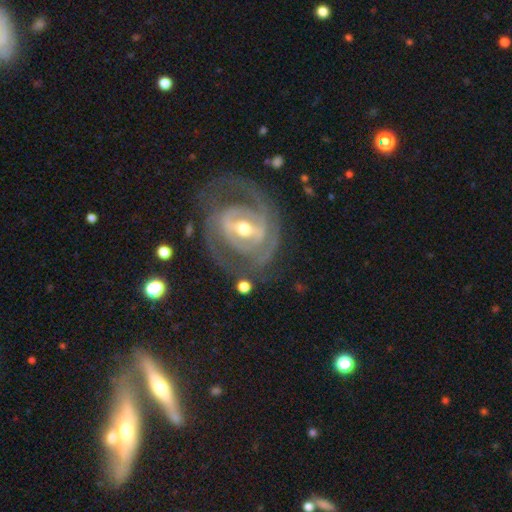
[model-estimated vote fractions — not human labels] The model was most divided on "bar": strong: 49%, weak: 34%, no: 17%. More confident: edge-on disk — no (95%); spiral arms — yes (92%); smooth or featured — featured or disk (89%); merging — none (66%); bulge size — moderate (59%); spiral arm count — 2 (57%); spiral winding — tight (55%).